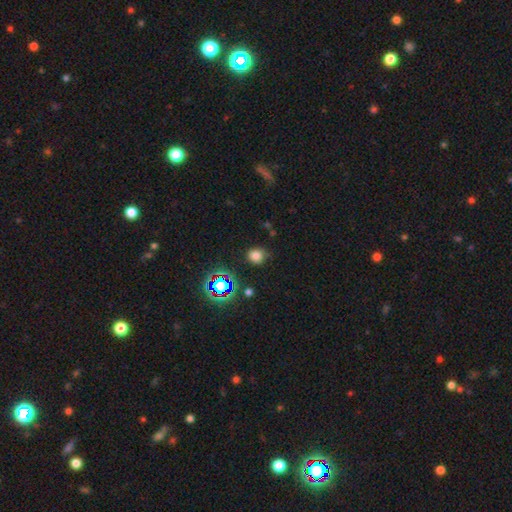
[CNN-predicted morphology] A smooth galaxy with no disk features (72%) that is round (77%). Merging: none (79%).